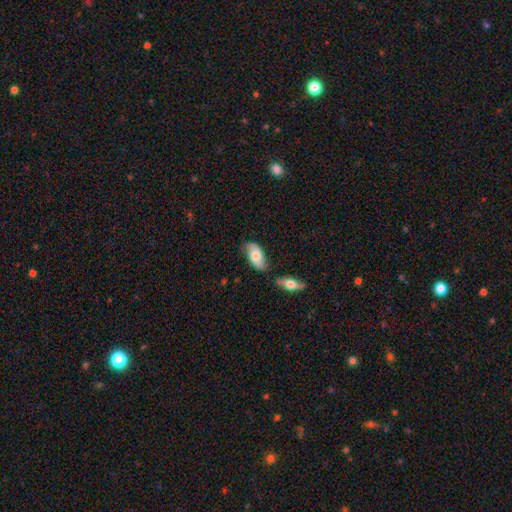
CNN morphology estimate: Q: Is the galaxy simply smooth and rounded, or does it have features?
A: smooth — 58%.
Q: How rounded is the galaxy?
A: in between — 92%.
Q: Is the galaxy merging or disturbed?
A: none — 63%.